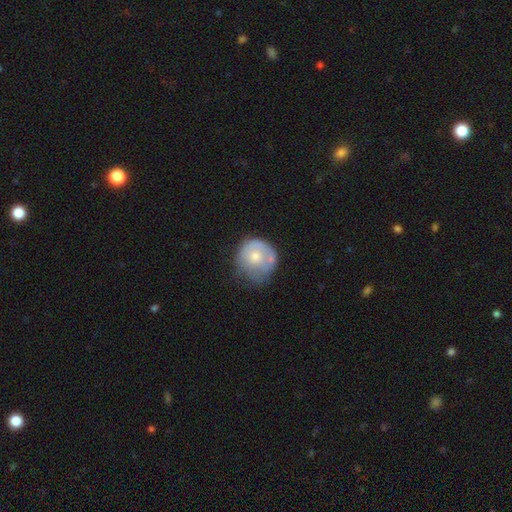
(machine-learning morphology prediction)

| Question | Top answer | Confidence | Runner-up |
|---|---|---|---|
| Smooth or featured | smooth | 57% | featured or disk (37%) |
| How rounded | round | 84% | in between (15%) |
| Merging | none | 39% | minor disturbance (33%) |